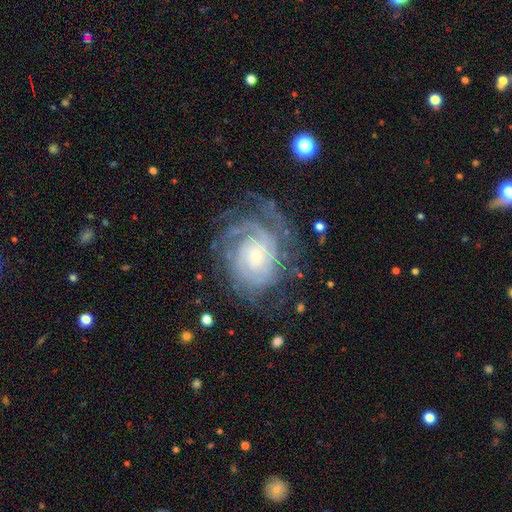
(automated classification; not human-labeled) Q: Smooth or featured?
A: featured or disk (87%); runner-up: star or artifact (6%)
Q: Edge-on disk?
A: no (97%); runner-up: yes (3%)
Q: Bar?
A: no (73%); runner-up: weak (21%)
Q: Spiral arms?
A: yes (97%); runner-up: no (3%)
Q: Spiral winding?
A: tight (77%); runner-up: medium (19%)
Q: Spiral arm count?
A: can't tell (30%); runner-up: 3 (18%)
Q: Bulge size?
A: small (75%); runner-up: moderate (19%)
Q: Merging?
A: none (68%); runner-up: minor disturbance (18%)